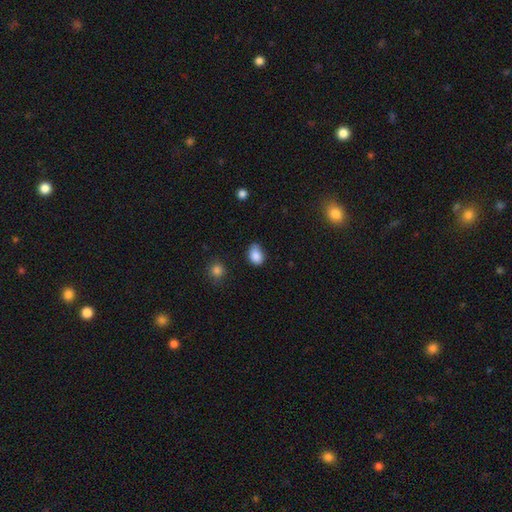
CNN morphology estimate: This appears to be a smooth galaxy with no disk features (86%) that is in between round and cigar-shaped (78%). Merging: none (60%).